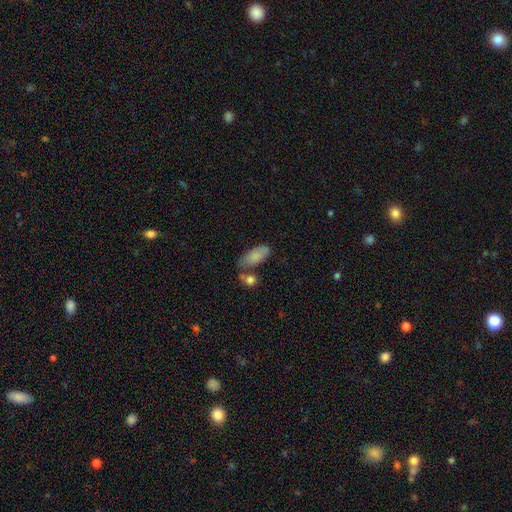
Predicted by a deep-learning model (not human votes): This is likely a smooth galaxy (79%). How rounded: clearly in between (86%). Merging: possibly none (51%).